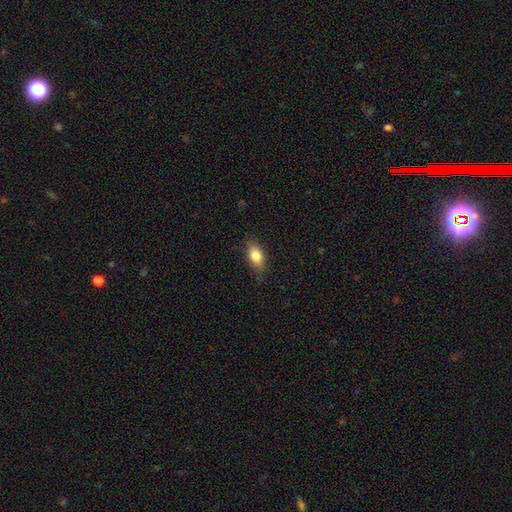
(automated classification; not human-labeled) smooth_or_featured: smooth (p=0.82) [alt: featured or disk p=0.11]
how_rounded: in between (p=0.85) [alt: round p=0.08]
merging: none (p=0.78) [alt: minor disturbance p=0.17]